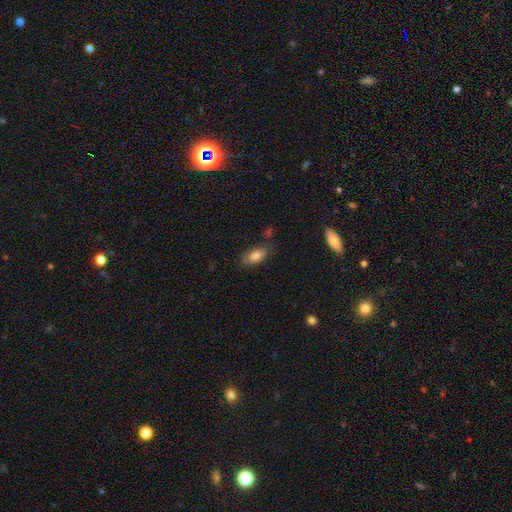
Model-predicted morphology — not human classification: This is clearly a smooth galaxy (83%). How rounded: clearly in between (88%). Merging: likely none (71%).